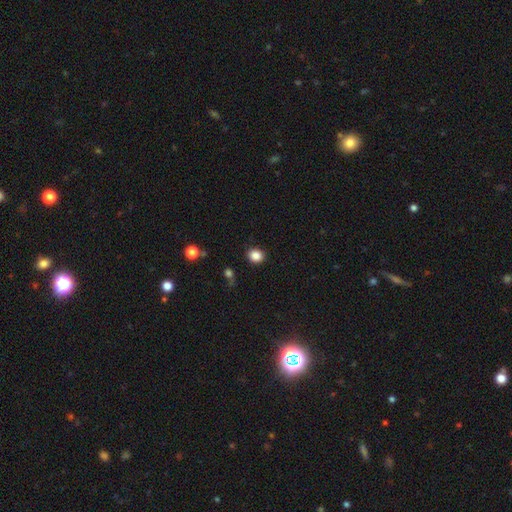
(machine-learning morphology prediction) The model was most divided on "how rounded": round: 72%, in between: 27%, cigar-shaped: 1%. More confident: merging — none (88%); smooth or featured — smooth (86%).